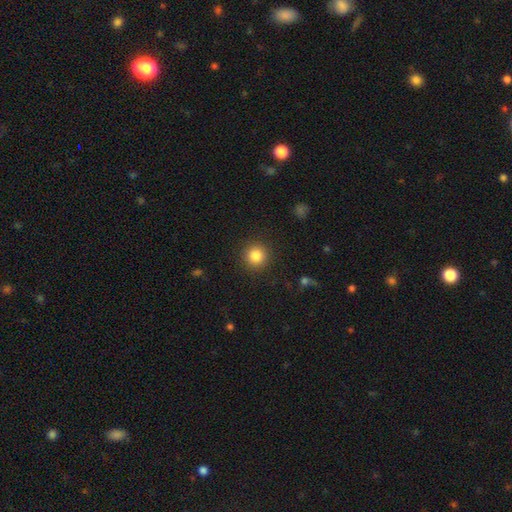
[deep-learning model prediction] Overall: smooth (85%). How rounded: round (95%). Merging: none (91%).